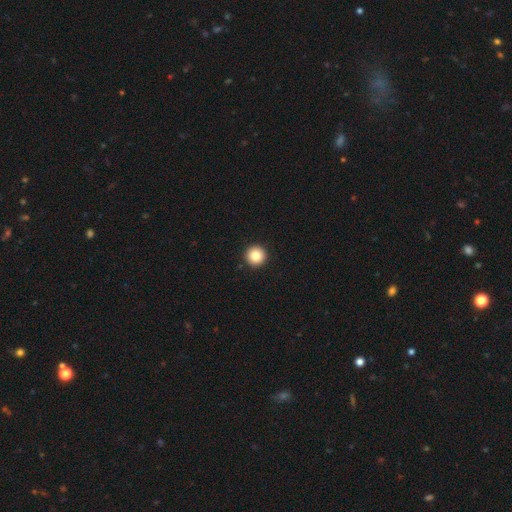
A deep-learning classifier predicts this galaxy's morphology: smooth 84%, star or artifact 10%, featured or disk 6%. Down the decision tree: how rounded — round (97%); merging — none (94%).